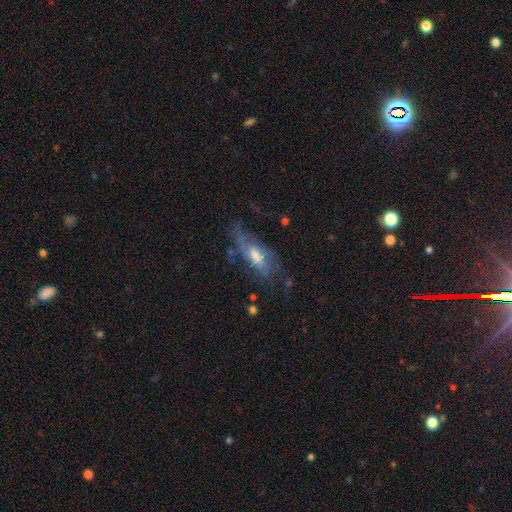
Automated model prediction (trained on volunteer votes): Smooth or featured? featured or disk (63%)
Edge-on disk? no (76%)
Merging? none (52%)